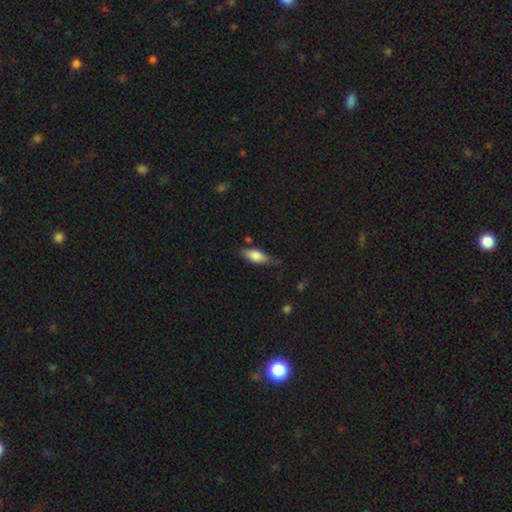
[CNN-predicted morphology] smooth-or-featured: smooth: 80% | featured or disk: 13% | star or artifact: 7%
  how-rounded: in between: 82% | cigar-shaped: 15% | round: 3%
  merging: none: 63% | minor disturbance: 27% | major disturbance: 7% | merger: 3%